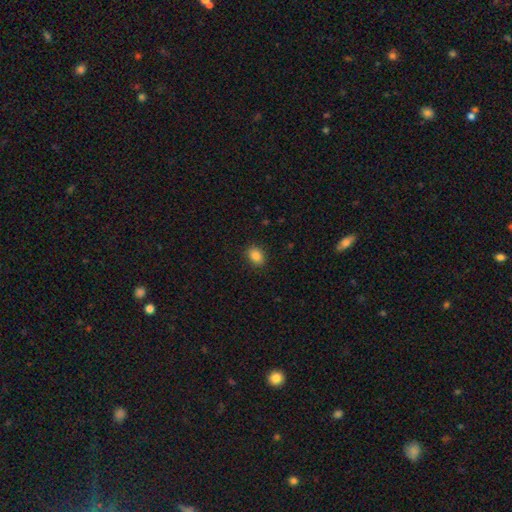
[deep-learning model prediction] Morphology: type=smooth (87%); roundness=in between (72%); merging=none (87%).